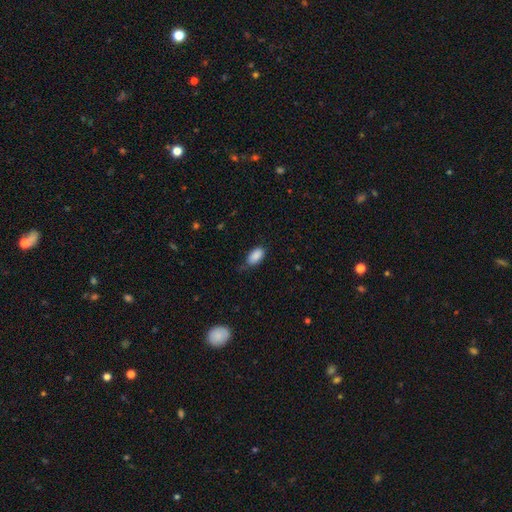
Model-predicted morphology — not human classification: Overall: smooth (88%). How rounded: in between (93%). Merging: none (64%; minor disturbance 29%).